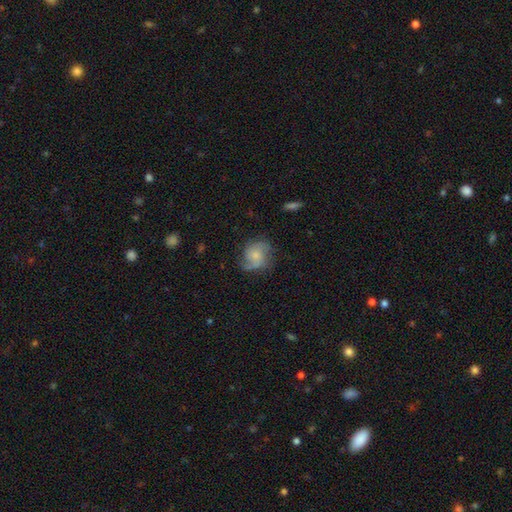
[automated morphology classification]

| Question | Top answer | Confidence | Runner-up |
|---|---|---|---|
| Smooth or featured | featured or disk | 69% | smooth (24%) |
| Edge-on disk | no | 98% | yes (2%) |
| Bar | no | 71% | weak (26%) |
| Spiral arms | yes | 94% | no (6%) |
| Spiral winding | medium | 47% | loose (27%) |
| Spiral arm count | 2 | 58% | 3 (16%) |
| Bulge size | small | 42% | moderate (39%) |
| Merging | none | 68% | minor disturbance (20%) |